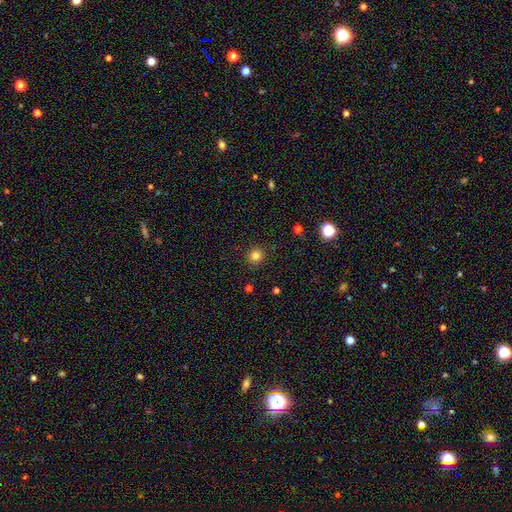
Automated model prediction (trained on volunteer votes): smooth_or_featured: smooth (p=0.82) [alt: star or artifact p=0.14]
how_rounded: round (p=0.93) [alt: in between p=0.06]
merging: none (p=0.91) [alt: minor disturbance p=0.06]